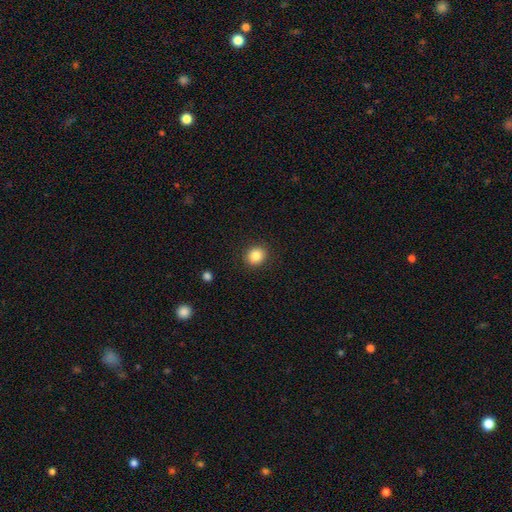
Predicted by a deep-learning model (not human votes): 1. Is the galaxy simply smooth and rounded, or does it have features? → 84% smooth, 10% star or artifact, 6% featured or disk.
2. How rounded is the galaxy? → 82% round, 18% in between, 1% cigar-shaped.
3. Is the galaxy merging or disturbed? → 90% none, 7% minor disturbance, 2% major disturbance, 1% merger.